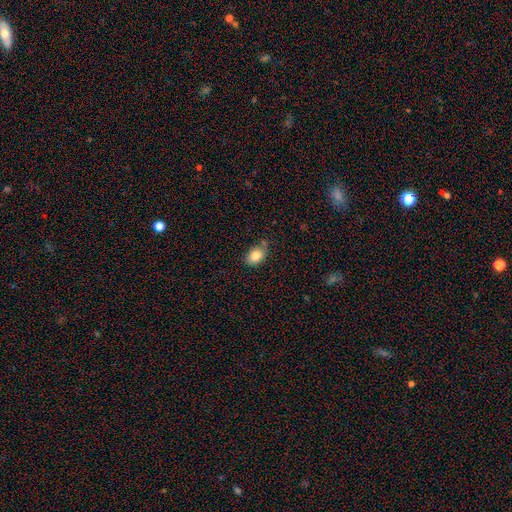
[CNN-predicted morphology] Smooth or featured?
  - smooth: 84% *
  - star or artifact: 8%
  - featured or disk: 8%
How rounded?
  - in between: 76% *
  - round: 23%
  - cigar-shaped: 1%
Merging?
  - none: 70% *
  - minor disturbance: 20%
  - merger: 6%
  - major disturbance: 4%